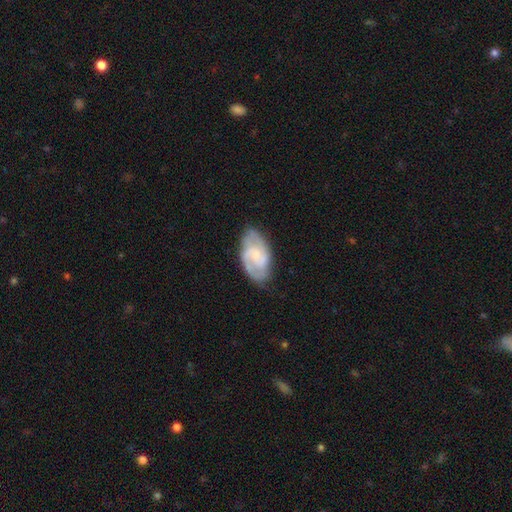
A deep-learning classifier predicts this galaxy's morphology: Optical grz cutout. It shows a featured or disk galaxy (75%) with no bar (47%), 2 (73%) medium (49%) spiral arms (93%) and a small central bulge (43%). Merging: none (73%).